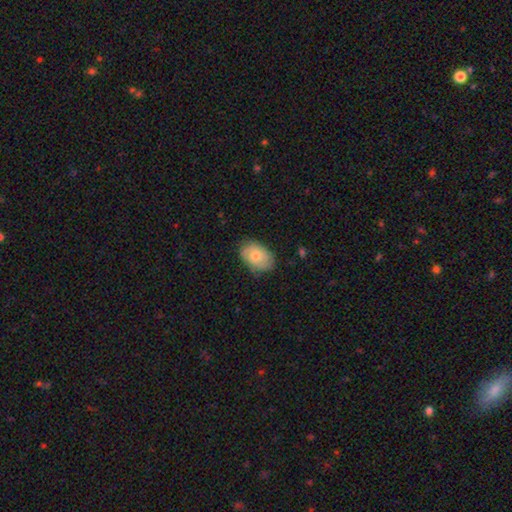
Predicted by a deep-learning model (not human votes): smooth_or_featured: smooth (p=0.69) [alt: featured or disk p=0.24]
how_rounded: in between (p=0.87) [alt: round p=0.12]
merging: none (p=0.75) [alt: minor disturbance p=0.20]